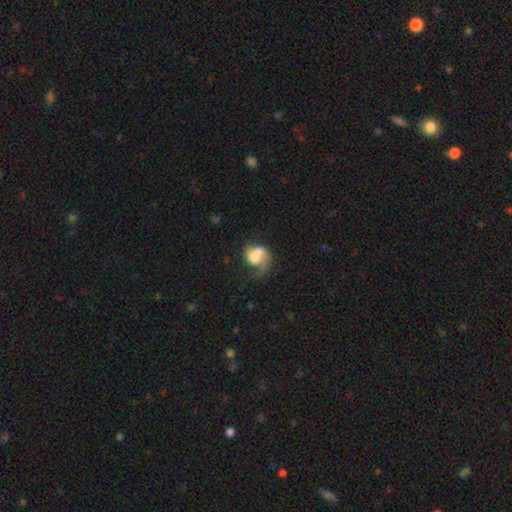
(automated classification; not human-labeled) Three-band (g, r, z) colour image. It shows a featured or disk galaxy (49%). Merging: major disturbance (42%).